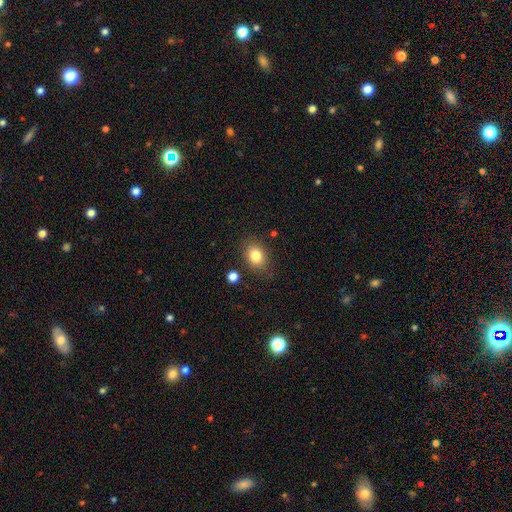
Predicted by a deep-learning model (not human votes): Smooth or featured? Predicted: smooth (p=0.82). How rounded? Predicted: in between (p=0.67). Merging? Predicted: none (p=0.83).